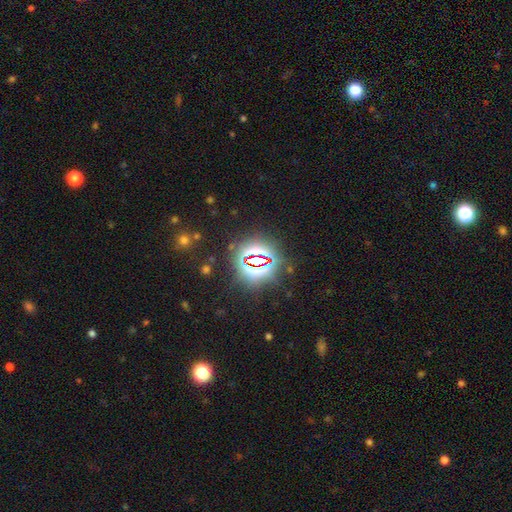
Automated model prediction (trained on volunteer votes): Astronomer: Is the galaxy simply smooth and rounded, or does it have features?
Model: star or artifact — 77%.